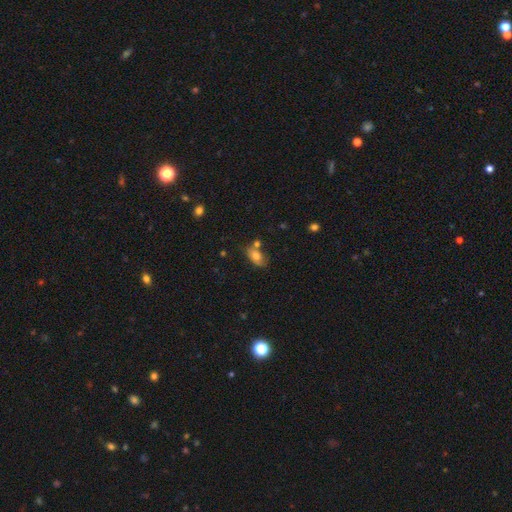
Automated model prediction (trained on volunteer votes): The model was most divided on "merging": none: 51%, minor disturbance: 22%, merger: 20%, major disturbance: 7%. More confident: how rounded — in between (84%); smooth or featured — smooth (73%).